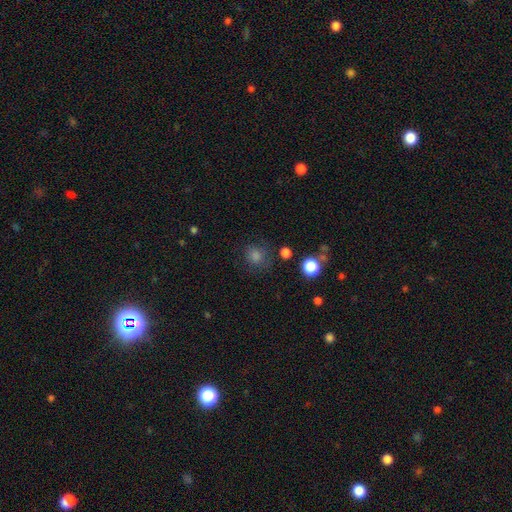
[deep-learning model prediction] Smooth or featured?
  - smooth: 70% *
  - star or artifact: 22%
  - featured or disk: 8%
How rounded?
  - round: 85% *
  - in between: 14%
  - cigar-shaped: 1%
Merging?
  - none: 77% *
  - minor disturbance: 13%
  - major disturbance: 6%
  - merger: 3%